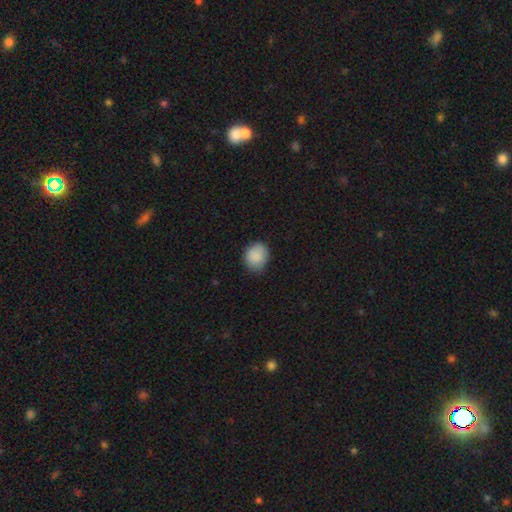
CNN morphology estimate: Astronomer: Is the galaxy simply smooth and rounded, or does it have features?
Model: smooth — 88%.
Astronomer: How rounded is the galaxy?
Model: round — 66%.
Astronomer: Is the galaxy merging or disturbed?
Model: none — 77%.